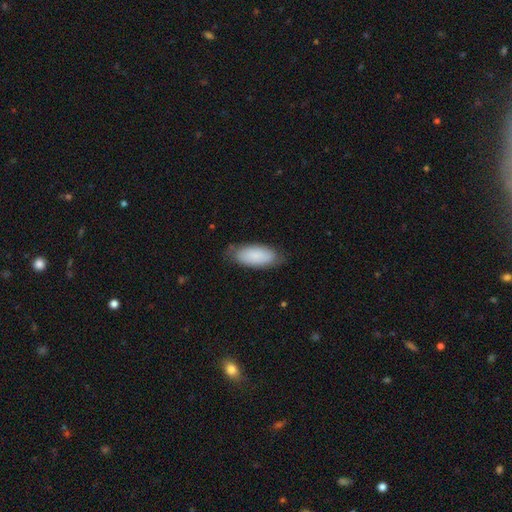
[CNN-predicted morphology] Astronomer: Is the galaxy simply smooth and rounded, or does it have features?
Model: smooth — 84%.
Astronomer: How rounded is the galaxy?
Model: in between — 90%.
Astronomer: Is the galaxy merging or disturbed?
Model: none — 75%.